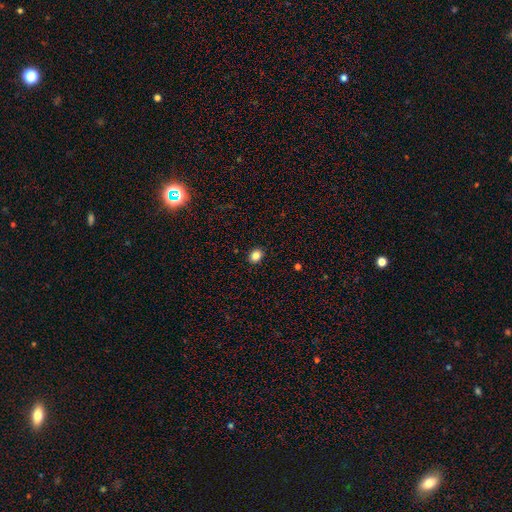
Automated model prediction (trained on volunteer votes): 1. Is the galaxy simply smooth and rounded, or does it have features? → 85% smooth, 11% star or artifact, 4% featured or disk.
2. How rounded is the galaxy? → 52% round, 47% in between, 1% cigar-shaped.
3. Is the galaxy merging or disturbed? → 90% none, 7% minor disturbance, 2% major disturbance, 1% merger.